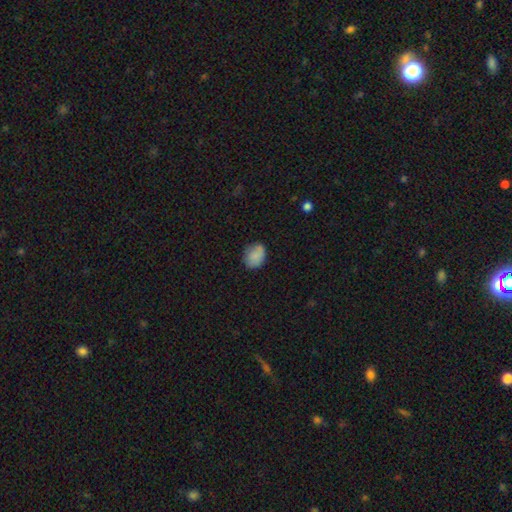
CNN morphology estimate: This appears to be a smooth galaxy with no disk features (85%) that is in between round and cigar-shaped (59%). Merging: none (70%).